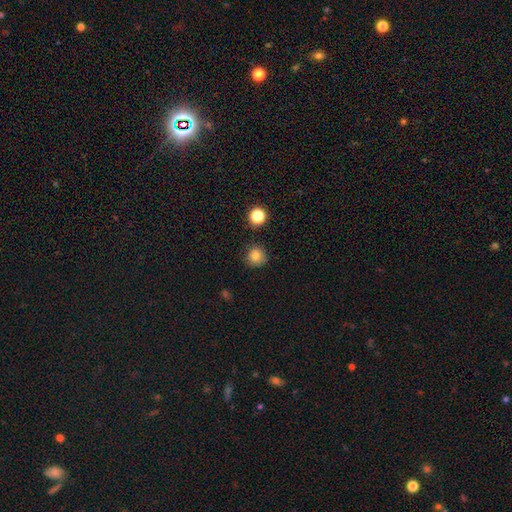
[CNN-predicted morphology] Smooth or featured? smooth (83%)
How rounded? round (91%)
Merging? none (83%)